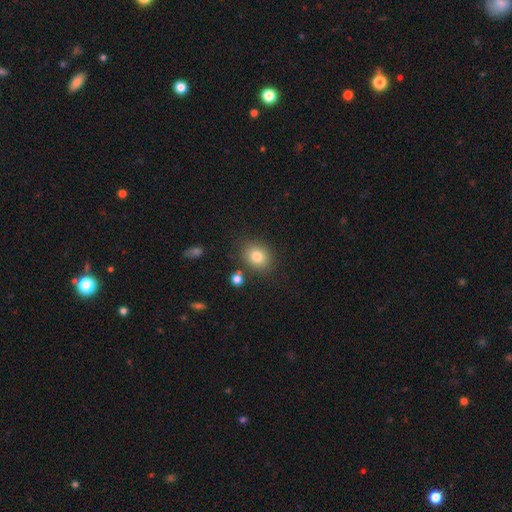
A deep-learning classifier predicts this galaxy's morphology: smooth 81%, star or artifact 11%, featured or disk 8%. Down the decision tree: how rounded — round (57%); merging — none (81%).